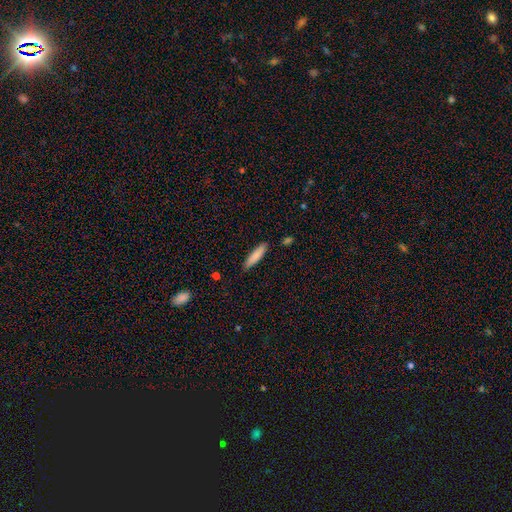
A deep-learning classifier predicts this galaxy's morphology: smooth_or_featured: smooth (p=0.84) [alt: featured or disk p=0.10]
how_rounded: cigar-shaped (p=0.80) [alt: in between p=0.19]
merging: none (p=0.86) [alt: minor disturbance p=0.10]